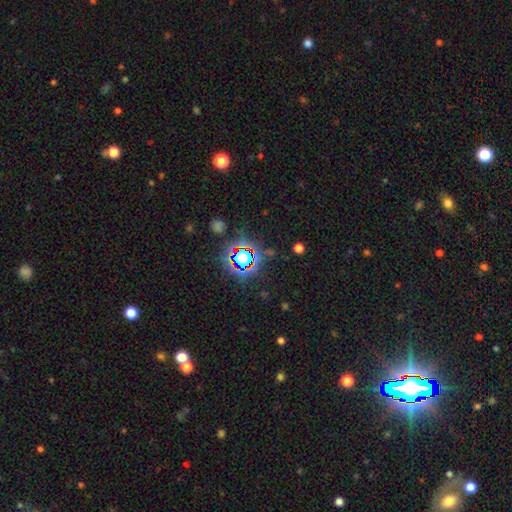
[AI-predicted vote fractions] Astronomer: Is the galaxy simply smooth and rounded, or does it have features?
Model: star or artifact — 77%.